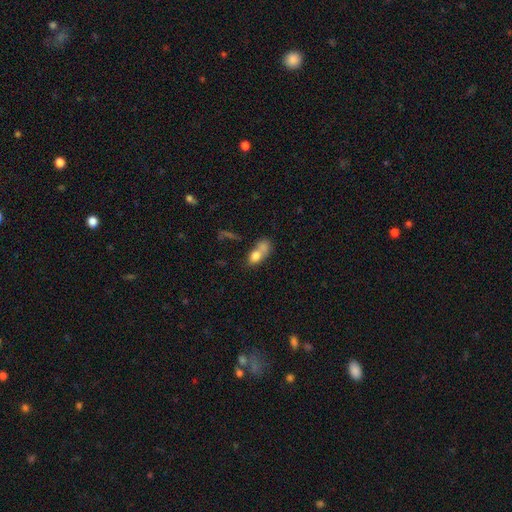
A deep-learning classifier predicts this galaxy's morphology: Overall: smooth (73%). How rounded: in between (72%). Merging: merger (59%; none 22%).